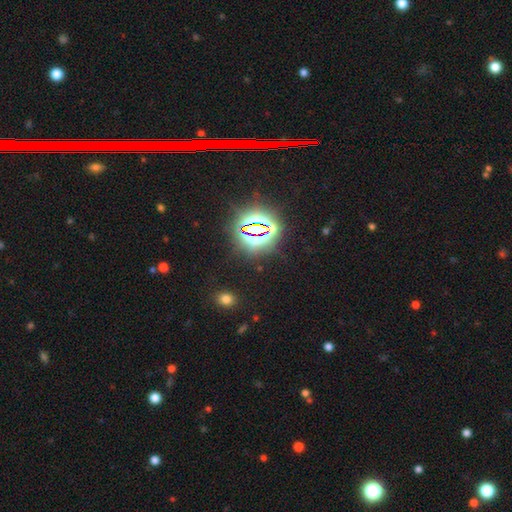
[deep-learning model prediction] smooth_or_featured: star or artifact (p=0.82) [alt: smooth p=0.10]